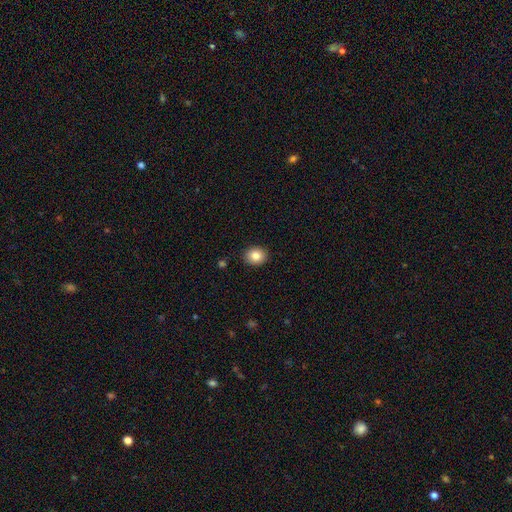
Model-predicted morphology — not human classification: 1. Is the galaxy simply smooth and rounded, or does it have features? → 84% smooth, 9% star or artifact, 7% featured or disk.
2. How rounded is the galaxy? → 64% round, 35% in between, 1% cigar-shaped.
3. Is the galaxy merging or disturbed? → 89% none, 8% minor disturbance, 2% major disturbance, 1% merger.